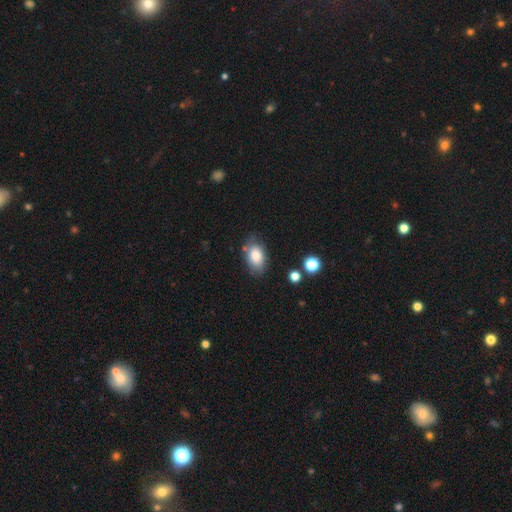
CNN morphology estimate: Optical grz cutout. It shows a smooth galaxy with no disk features (81%) that is in between round and cigar-shaped (90%). Merging: none (69%).